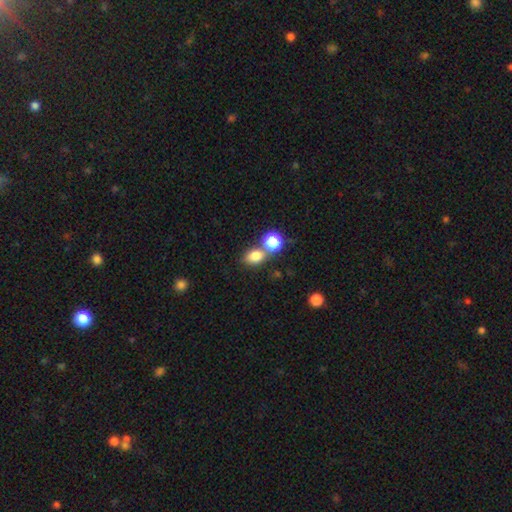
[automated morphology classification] Smooth or featured: smooth — 80% (star or artifact — 12%)
How rounded: in between — 60% (round — 39%)
Merging: none — 50% (merger — 36%)